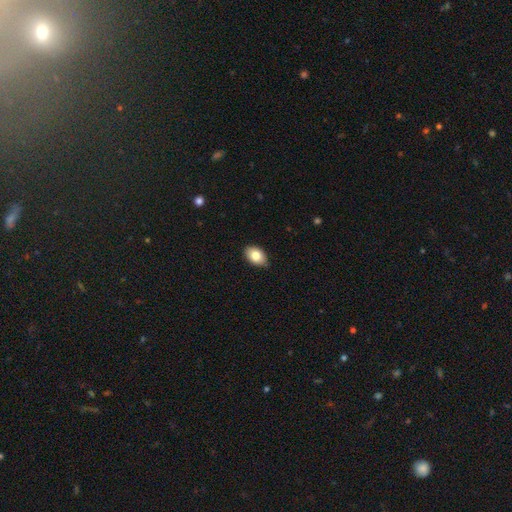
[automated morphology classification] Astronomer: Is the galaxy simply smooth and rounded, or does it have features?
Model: smooth — 82%.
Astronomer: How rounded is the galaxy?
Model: in between — 86%.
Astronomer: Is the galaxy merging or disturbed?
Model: none — 80%.